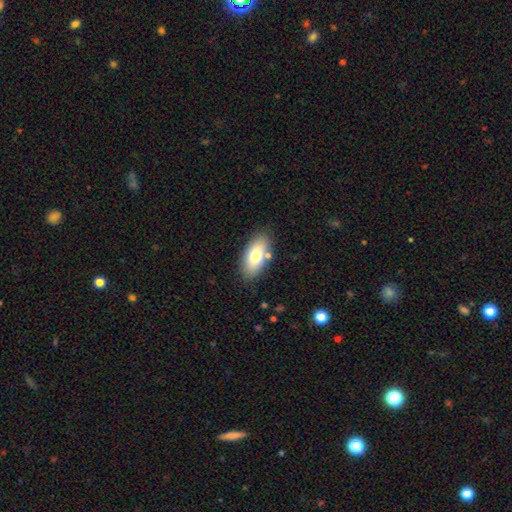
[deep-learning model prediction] Overall: smooth (75%). How rounded: in between (91%). Merging: none (80%).